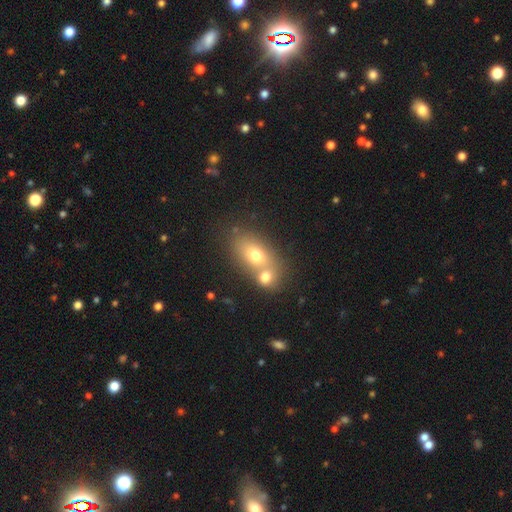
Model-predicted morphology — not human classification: Smooth or featured? Predicted: smooth (p=0.68). How rounded? Predicted: in between (p=0.76). Merging? Predicted: merger (p=0.56).